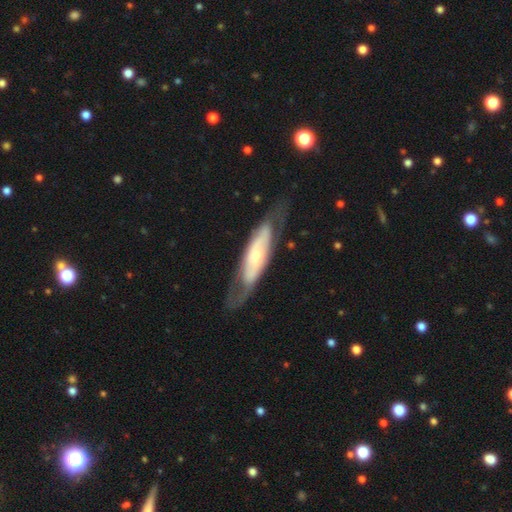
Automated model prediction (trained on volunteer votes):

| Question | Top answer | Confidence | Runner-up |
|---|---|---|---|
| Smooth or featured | featured or disk | 65% | smooth (30%) |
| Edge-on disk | no | 66% | yes (34%) |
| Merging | none | 66% | minor disturbance (19%) |